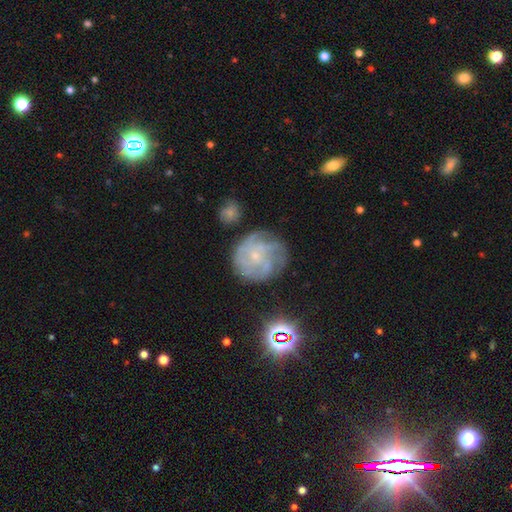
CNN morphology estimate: Smooth or featured: featured or disk — 72% (smooth — 18%)
Edge-on disk: no — 98% (yes — 2%)
Bar: no — 76% (weak — 21%)
Spiral arms: yes — 85% (no — 15%)
Spiral winding: tight — 54% (medium — 33%)
Spiral arm count: can't tell — 40% (4 — 20%)
Bulge size: small — 75% (moderate — 16%)
Merging: none — 65% (minor disturbance — 21%)